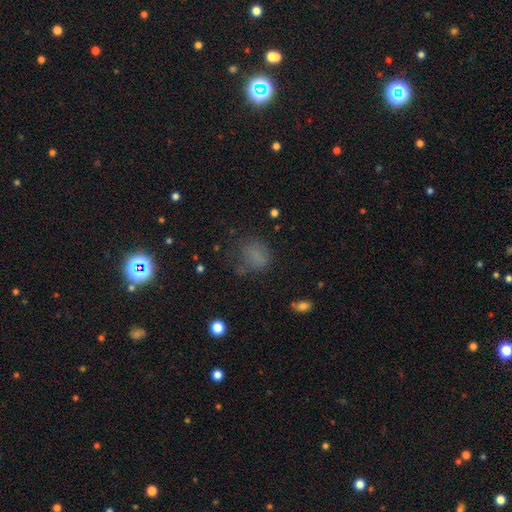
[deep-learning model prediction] smooth-or-featured: smooth: 66% | star or artifact: 20% | featured or disk: 14%
  how-rounded: round: 56% | in between: 42% | cigar-shaped: 2%
  merging: none: 56% | minor disturbance: 22% | major disturbance: 19% | merger: 3%